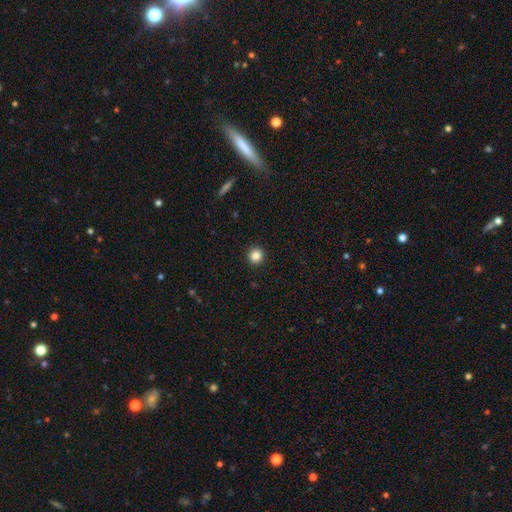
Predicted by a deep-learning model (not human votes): Morphology: type=smooth (86%); roundness=round (92%); merging=none (93%).